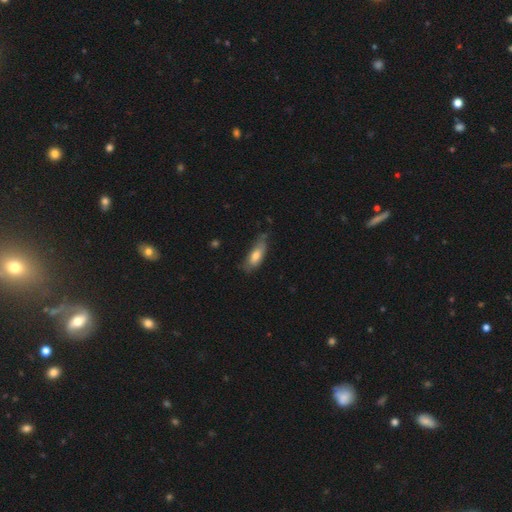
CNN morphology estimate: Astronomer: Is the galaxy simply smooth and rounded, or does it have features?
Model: smooth — 69%.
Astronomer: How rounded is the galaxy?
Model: in between — 71%.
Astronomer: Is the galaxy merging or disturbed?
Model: none — 49% (runner-up: minor disturbance, 38%).